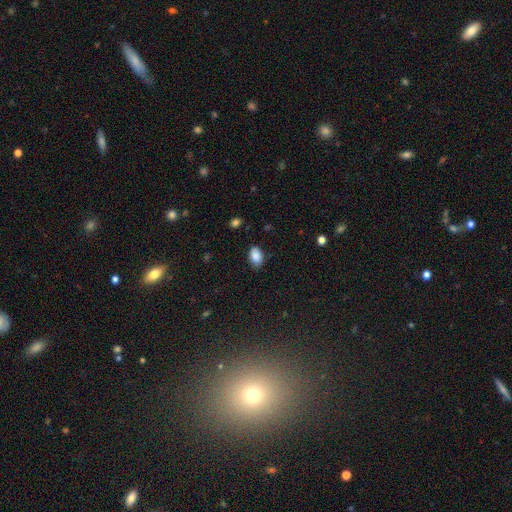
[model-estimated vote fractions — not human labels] Morphology: type=smooth (88%); roundness=in between (89%); merging=none (82%).